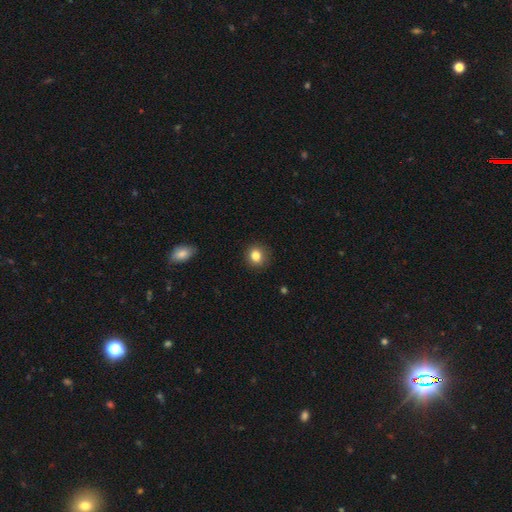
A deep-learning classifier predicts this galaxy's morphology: This appears to be a smooth galaxy with no disk features (84%) that is round (81%). Merging: none (88%).